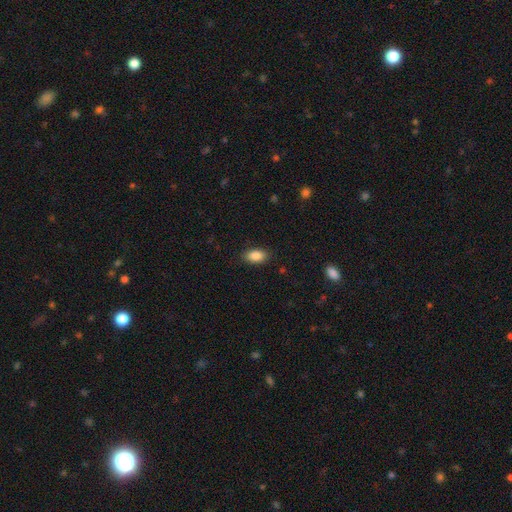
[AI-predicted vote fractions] A smooth galaxy with no disk features (88%) that is in between round and cigar-shaped (92%). Merging: none (87%).